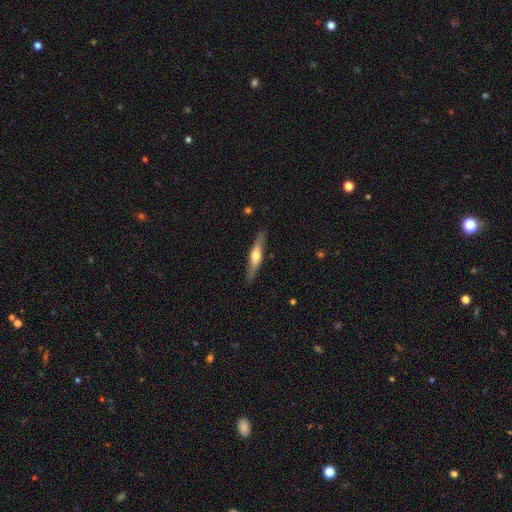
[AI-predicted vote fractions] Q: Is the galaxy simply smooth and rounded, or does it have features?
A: featured or disk — 56%.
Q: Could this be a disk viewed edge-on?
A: yes — 92%.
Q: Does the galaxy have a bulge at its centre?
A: rounded — 88%.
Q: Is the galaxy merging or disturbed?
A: none — 88%.